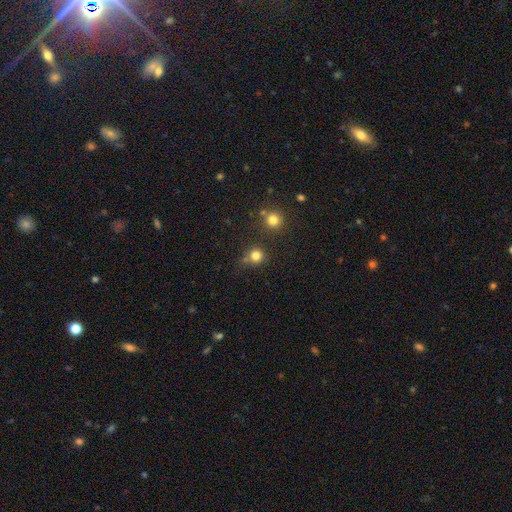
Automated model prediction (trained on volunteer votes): Smooth or featured? smooth (79%)
How rounded? round (91%)
Merging? none (71%)